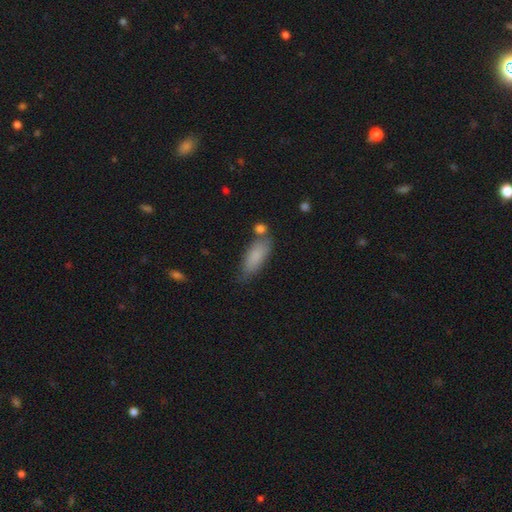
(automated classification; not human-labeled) Smooth or featured? Predicted: smooth (p=0.83). How rounded? Predicted: in between (p=0.71). Merging? Predicted: none (p=0.65).